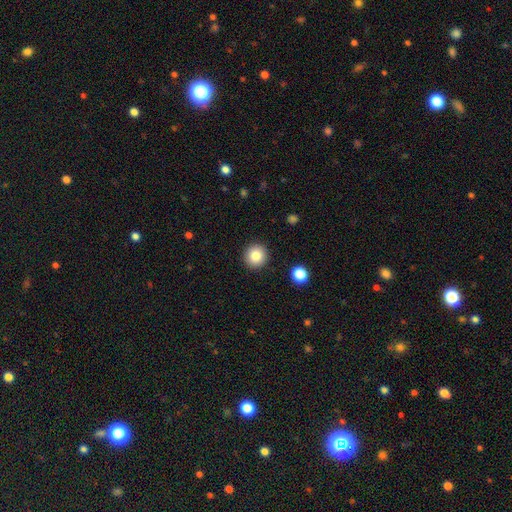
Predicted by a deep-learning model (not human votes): Smooth or featured? Predicted: smooth (p=0.82). How rounded? Predicted: round (p=0.94). Merging? Predicted: none (p=0.92).